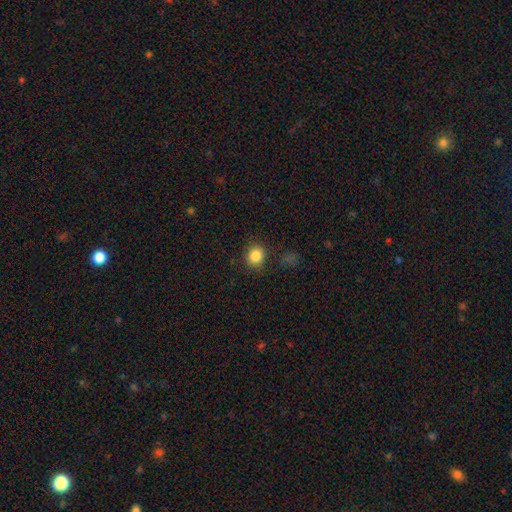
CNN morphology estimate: The model was most divided on "how rounded": round: 81%, in between: 18%, cigar-shaped: 1%. More confident: smooth or featured — smooth (85%); merging — none (85%).